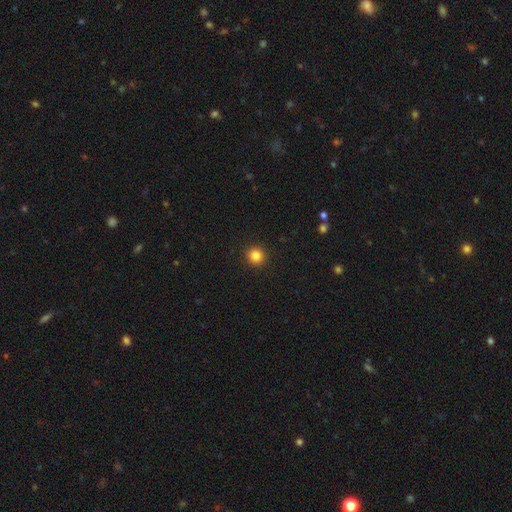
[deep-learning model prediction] This appears to be a smooth galaxy with no disk features (84%) that is round (94%). Merging: none (93%).